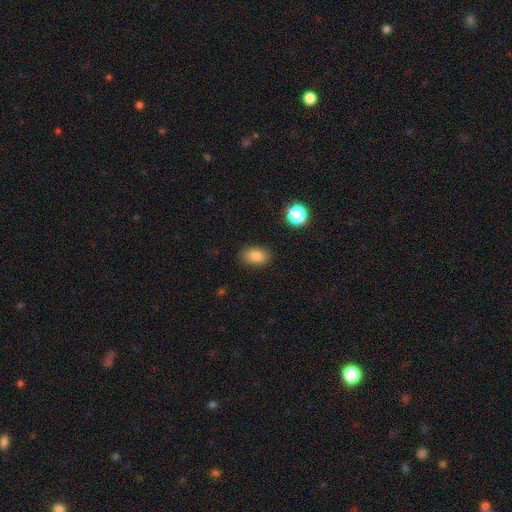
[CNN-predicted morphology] smooth_or_featured: smooth (p=0.84) [alt: star or artifact p=0.10]
how_rounded: in between (p=0.83) [alt: round p=0.15]
merging: none (p=0.84) [alt: minor disturbance p=0.11]